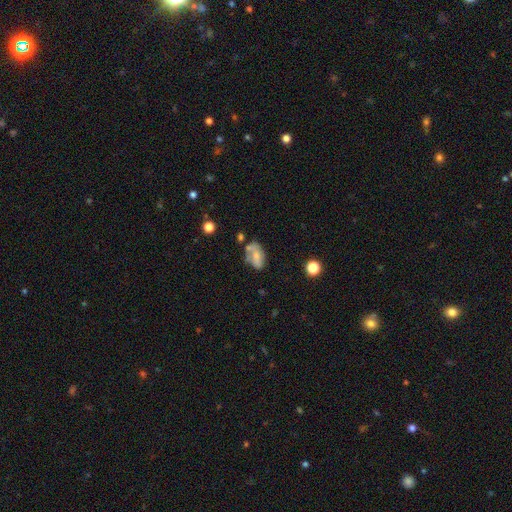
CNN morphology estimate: A smooth galaxy with no disk features (54%) that is in between round and cigar-shaped (87%). Merging: none (41%).